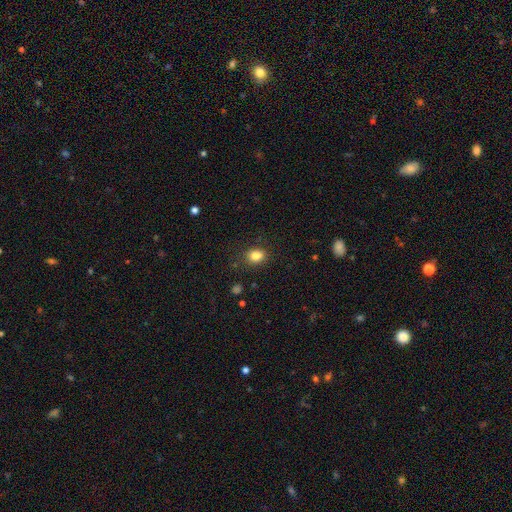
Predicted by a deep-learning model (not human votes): smooth_or_featured: smooth (p=0.83) [alt: star or artifact p=0.11]
how_rounded: in between (p=0.54) [alt: round p=0.45]
merging: none (p=0.84) [alt: minor disturbance p=0.11]